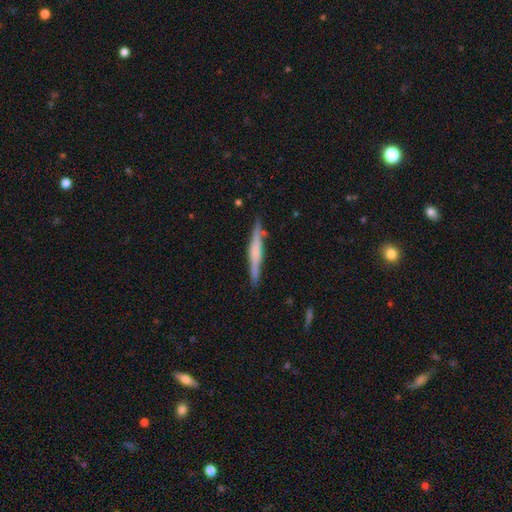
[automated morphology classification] Q: Smooth or featured?
A: featured or disk (56%); runner-up: smooth (38%)
Q: Edge-on disk?
A: yes (96%); runner-up: no (4%)
Q: Edge-on bulge?
A: rounded (36%); runner-up: none (34%)
Q: Merging?
A: none (85%); runner-up: minor disturbance (11%)